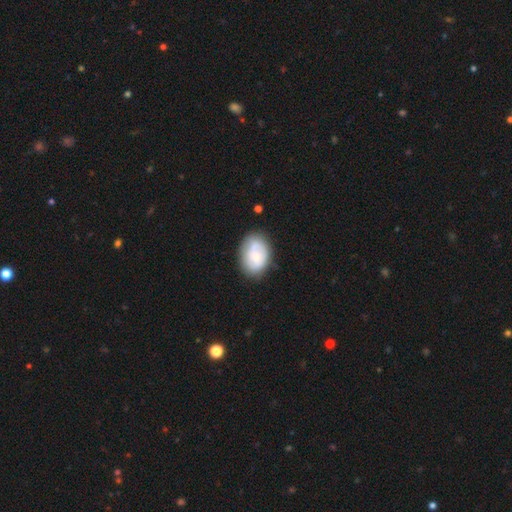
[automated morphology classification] smooth 61%, featured or disk 32%, star or artifact 7%. Down the decision tree: how rounded — in between (79%); merging — none (68%).